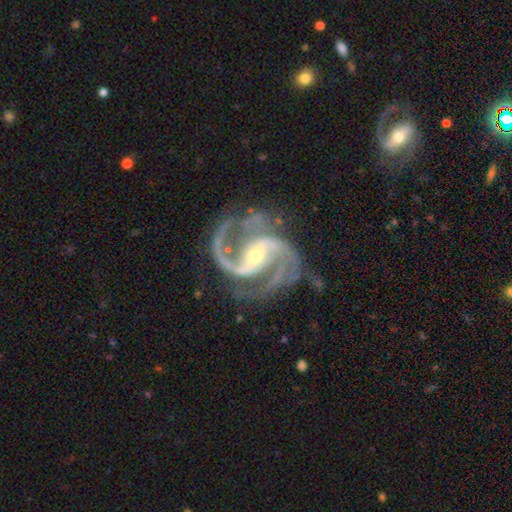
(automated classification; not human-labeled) Q: Smooth or featured?
A: featured or disk (94%); runner-up: star or artifact (5%)
Q: Edge-on disk?
A: no (98%); runner-up: yes (2%)
Q: Bar?
A: strong (49%); runner-up: weak (33%)
Q: Spiral arms?
A: yes (99%); runner-up: no (1%)
Q: Spiral winding?
A: medium (65%); runner-up: tight (18%)
Q: Spiral arm count?
A: 2 (73%); runner-up: 3 (15%)
Q: Bulge size?
A: small (64%); runner-up: moderate (32%)
Q: Merging?
A: none (73%); runner-up: minor disturbance (15%)